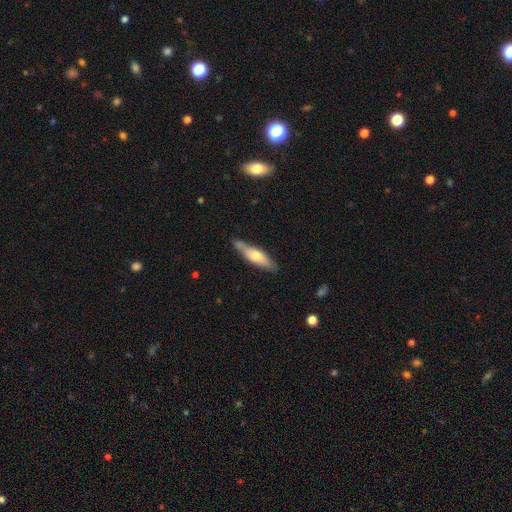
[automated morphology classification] This appears to be a smooth galaxy with no disk features (49%). Merging: none (77%).